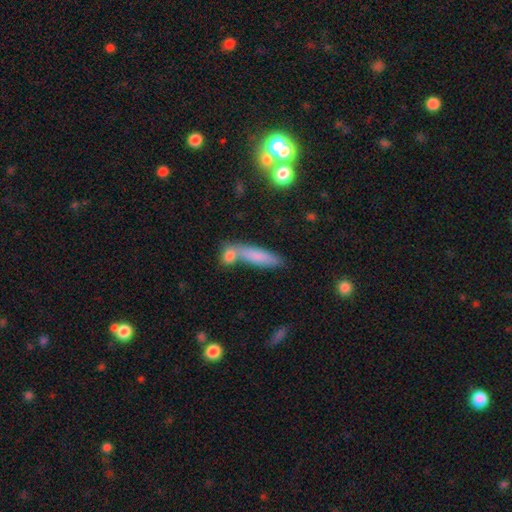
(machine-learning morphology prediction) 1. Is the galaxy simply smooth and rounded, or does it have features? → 74% smooth, 16% featured or disk, 10% star or artifact.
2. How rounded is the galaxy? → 72% cigar-shaped, 24% in between, 3% round.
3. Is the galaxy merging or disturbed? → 54% none, 28% merger, 13% minor disturbance, 5% major disturbance.